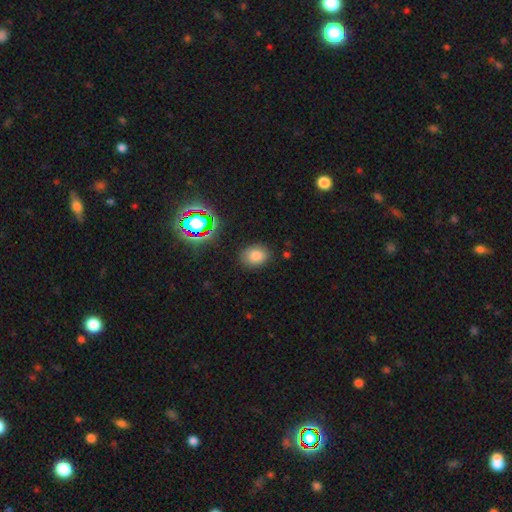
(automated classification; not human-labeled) smooth_or_featured: smooth (p=0.78) [alt: star or artifact p=0.15]
how_rounded: in between (p=0.67) [alt: round p=0.32]
merging: none (p=0.85) [alt: minor disturbance p=0.10]